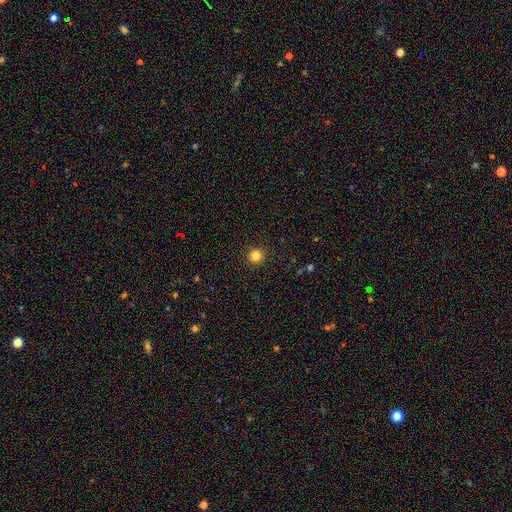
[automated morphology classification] smooth 83%, star or artifact 12%, featured or disk 5%. Down the decision tree: how rounded — round (96%); merging — none (93%).